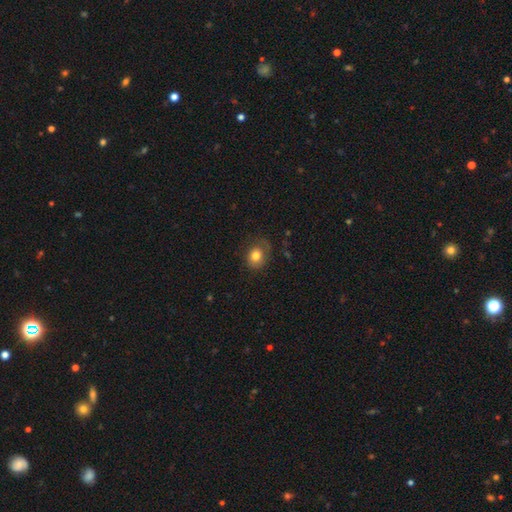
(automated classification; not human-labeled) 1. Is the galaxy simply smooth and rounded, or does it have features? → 79% smooth, 11% featured or disk, 10% star or artifact.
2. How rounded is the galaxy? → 61% round, 38% in between, 1% cigar-shaped.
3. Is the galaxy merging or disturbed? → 69% none, 21% minor disturbance, 9% major disturbance, 1% merger.